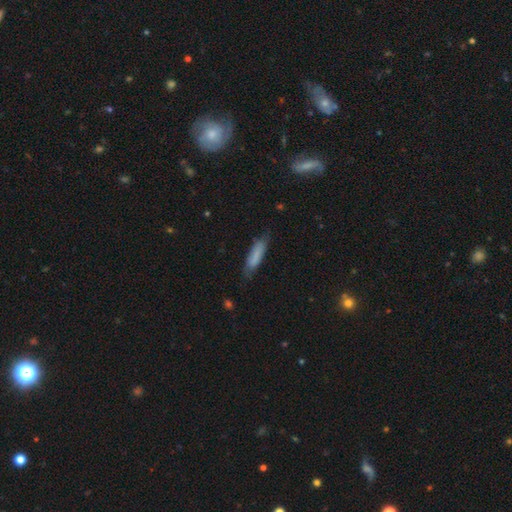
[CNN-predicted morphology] A smooth galaxy with no disk features (77%) that is cigar-shaped (63%). Merging: none (70%).